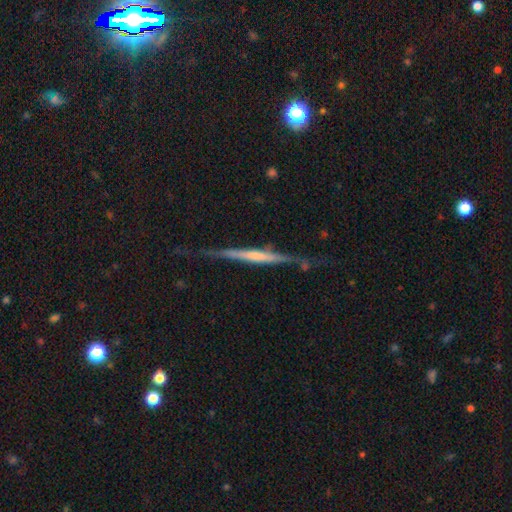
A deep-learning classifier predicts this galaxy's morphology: Smooth or featured? featured or disk (73%)
Edge-on disk? yes (96%)
Edge-on bulge? rounded (48%)
Merging? none (82%)